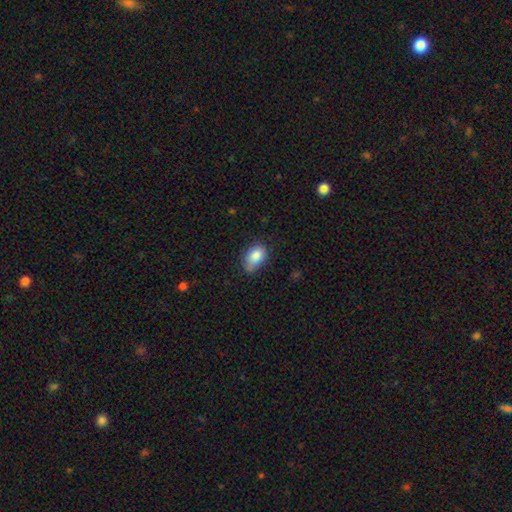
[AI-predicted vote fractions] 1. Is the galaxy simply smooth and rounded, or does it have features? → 84% smooth, 8% featured or disk, 8% star or artifact.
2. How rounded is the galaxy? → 87% in between, 11% round, 2% cigar-shaped.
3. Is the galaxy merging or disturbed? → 58% none, 33% minor disturbance, 7% major disturbance, 2% merger.